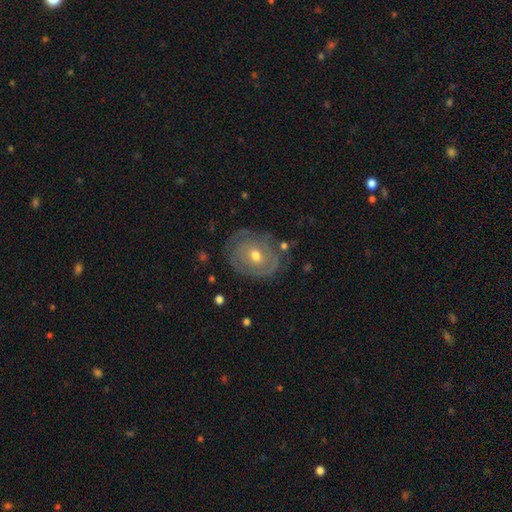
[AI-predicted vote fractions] Morphology: type=featured or disk (67%); edge-on=no (96%); bar=no (74%); spiral arms=yes (63%); bulge=moderate (66%); merging=none (68%).